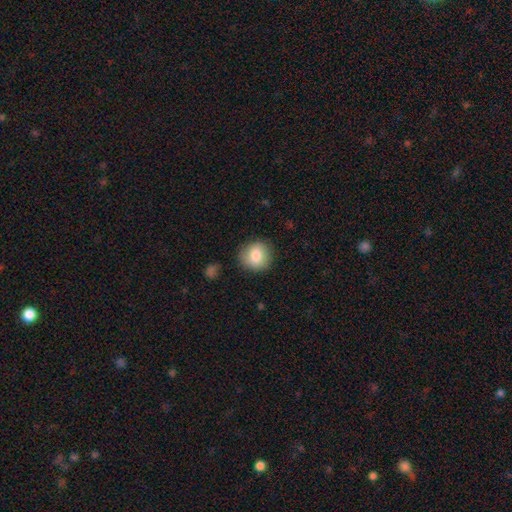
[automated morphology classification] This is clearly a smooth galaxy (81%). How rounded: clearly round (89%). Merging: clearly none (86%).